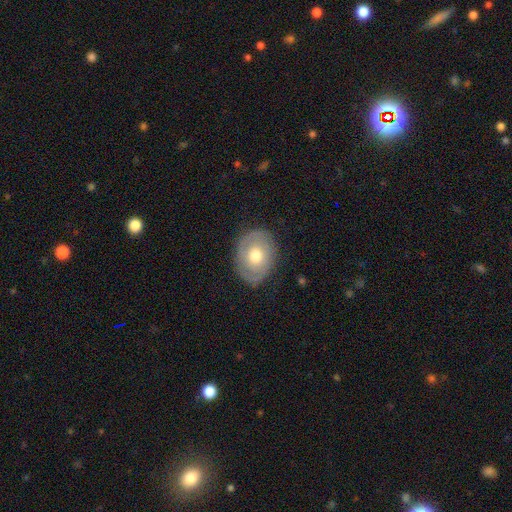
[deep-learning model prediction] Q: Smooth or featured?
A: featured or disk (48%); runner-up: smooth (46%)
Q: Merging?
A: none (81%); runner-up: minor disturbance (14%)